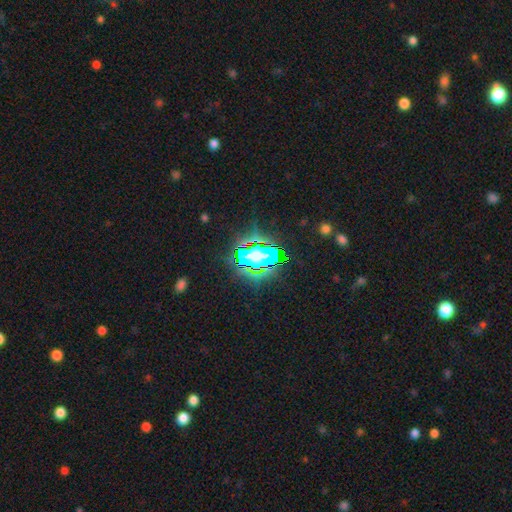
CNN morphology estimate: Smooth or featured?
  - star or artifact: 60% *
  - smooth: 23%
  - featured or disk: 17%